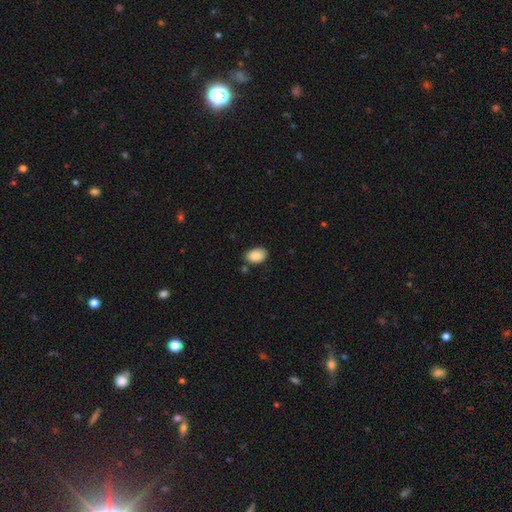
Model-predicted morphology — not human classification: The model was most divided on "merging": none: 80%, minor disturbance: 13%, merger: 4%, major disturbance: 3%. More confident: smooth or featured — smooth (89%); how rounded — in between (88%).